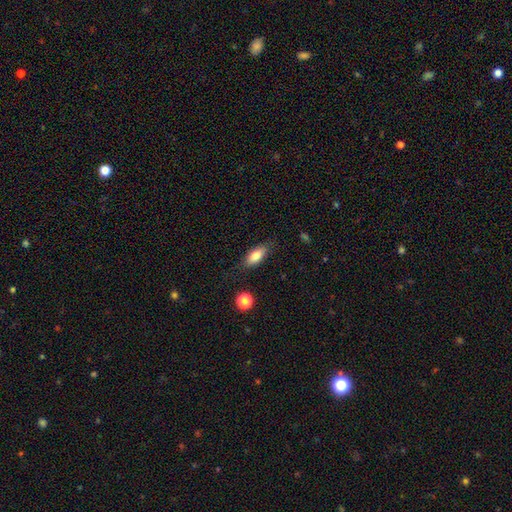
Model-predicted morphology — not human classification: The model was most divided on "how rounded": in between: 79%, cigar-shaped: 18%, round: 4%. More confident: smooth or featured — smooth (79%); merging — none (78%).